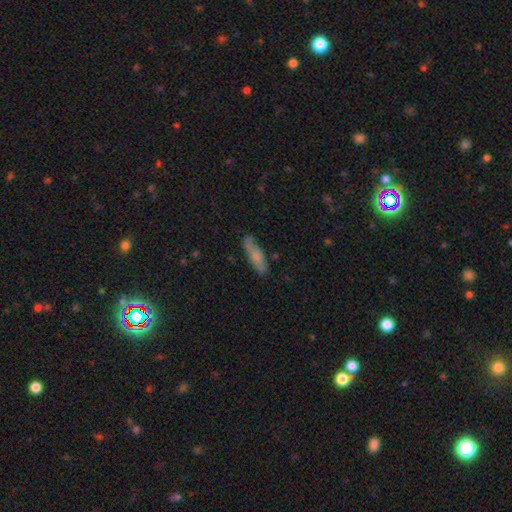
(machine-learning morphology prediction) type=smooth (63%); roundness=cigar-shaped (64%); merging=none (77%).